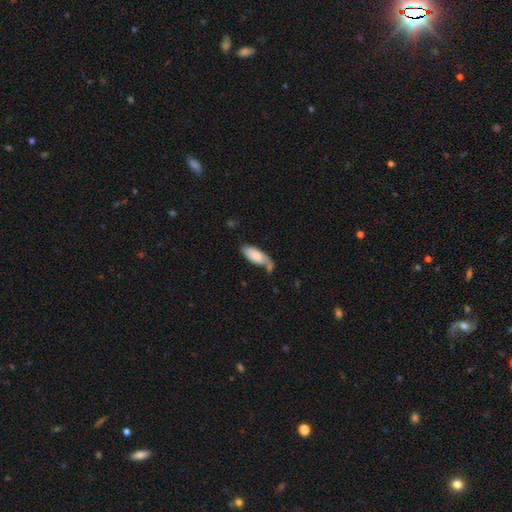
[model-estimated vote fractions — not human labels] Smooth or featured? Predicted: smooth (p=0.77). How rounded? Predicted: in between (p=0.77). Merging? Predicted: none (p=0.42).